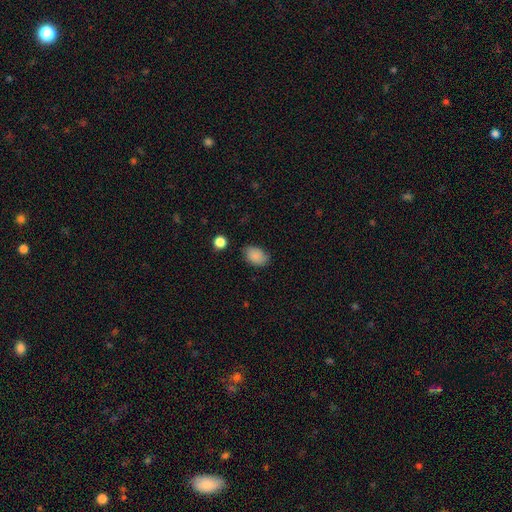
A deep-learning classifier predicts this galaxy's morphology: Smooth or featured? Predicted: smooth (p=0.86). How rounded? Predicted: in between (p=0.84). Merging? Predicted: none (p=0.77).